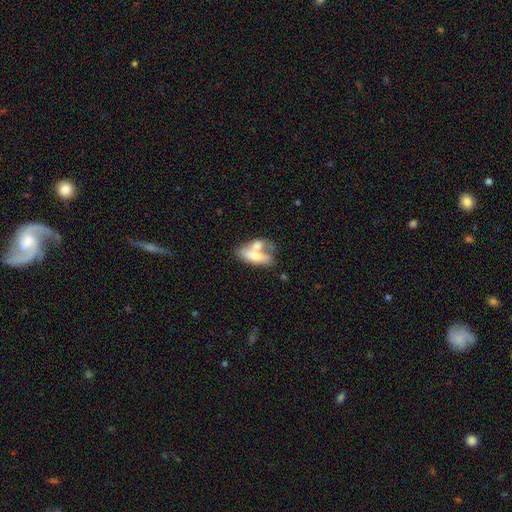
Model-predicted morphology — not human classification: smooth-or-featured: smooth: 60% | featured or disk: 34% | star or artifact: 6%
  how-rounded: in between: 72% | cigar-shaped: 22% | round: 5%
  merging: merger: 57% | none: 25% | minor disturbance: 11% | major disturbance: 7%